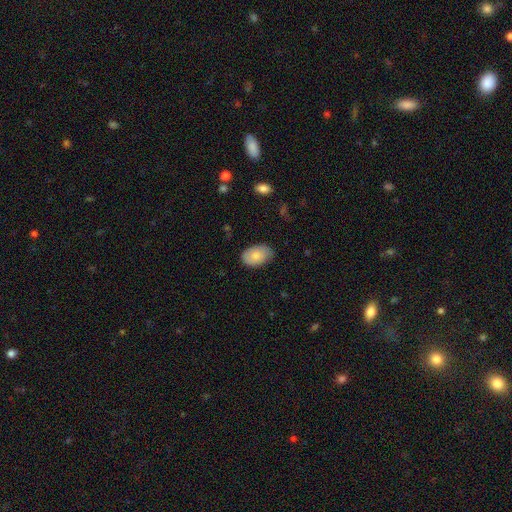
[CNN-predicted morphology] This is likely a smooth galaxy (77%). How rounded: clearly in between (90%). Merging: likely none (76%).